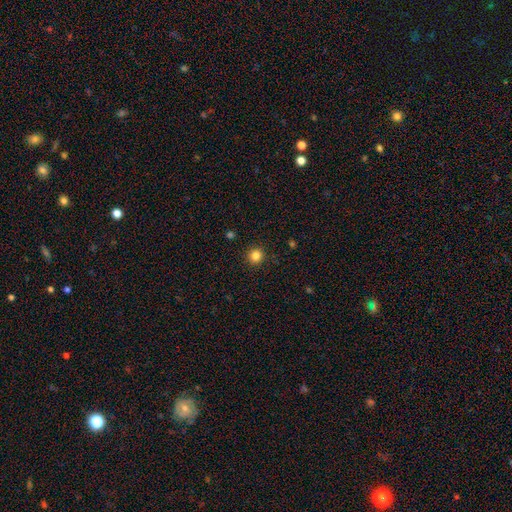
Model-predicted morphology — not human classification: Smooth or featured? Predicted: smooth (p=0.84). How rounded? Predicted: round (p=0.94). Merging? Predicted: none (p=0.92).